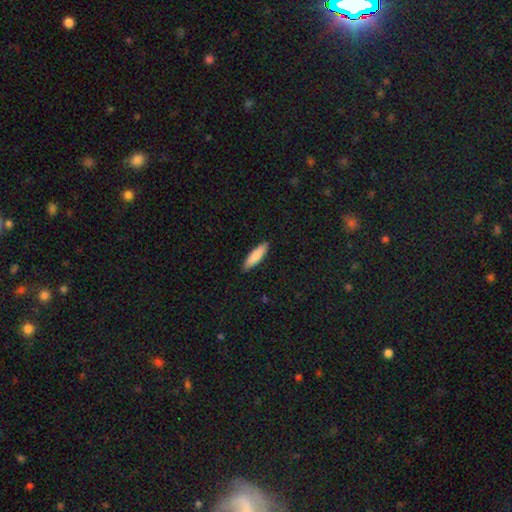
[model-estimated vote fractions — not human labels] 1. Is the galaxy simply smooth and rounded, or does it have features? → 84% smooth, 10% featured or disk, 5% star or artifact.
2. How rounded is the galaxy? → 70% cigar-shaped, 29% in between, 1% round.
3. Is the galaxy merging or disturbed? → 90% none, 8% minor disturbance, 2% major disturbance, 1% merger.